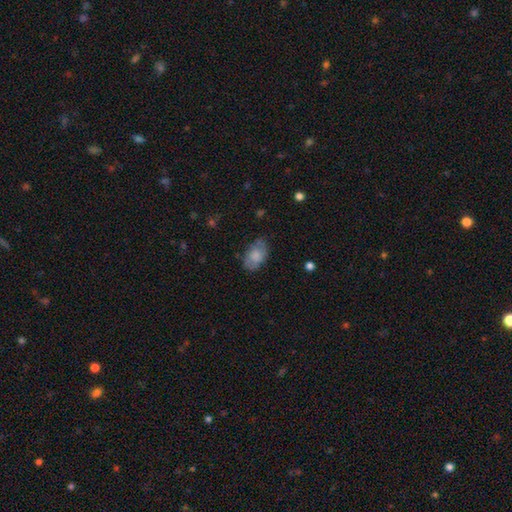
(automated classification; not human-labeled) This is likely a smooth galaxy (70%). How rounded: clearly in between (90%). Merging: likely none (72%).